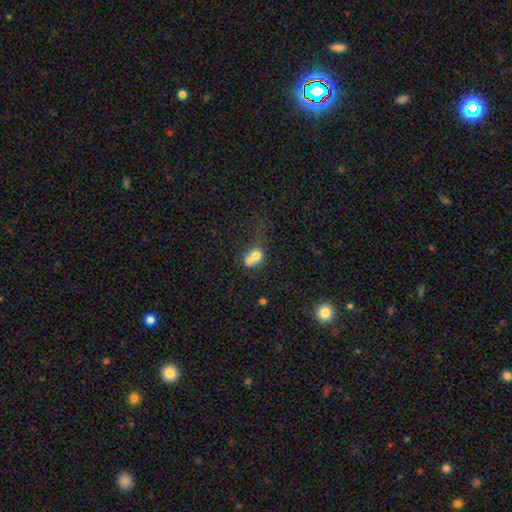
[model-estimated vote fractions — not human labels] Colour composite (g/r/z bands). It shows a smooth galaxy with no disk features (67%) that is round (57%). Merging: merger (62%).